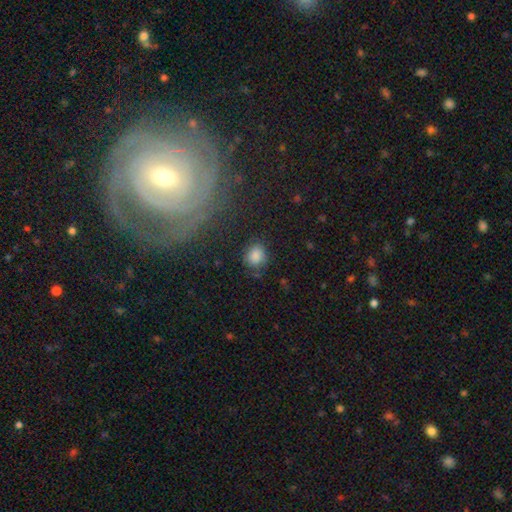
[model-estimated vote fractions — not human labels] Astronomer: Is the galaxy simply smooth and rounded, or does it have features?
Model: smooth — 83%.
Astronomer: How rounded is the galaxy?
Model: round — 63%.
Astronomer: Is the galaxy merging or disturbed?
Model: none — 70%.